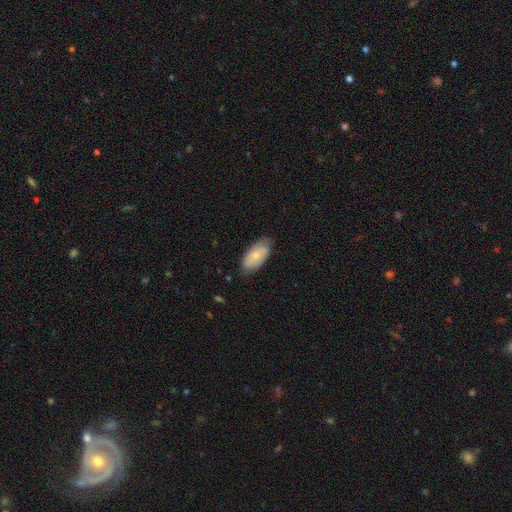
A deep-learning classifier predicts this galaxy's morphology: Smooth or featured? smooth (69%)
How rounded? in between (93%)
Merging? none (74%)